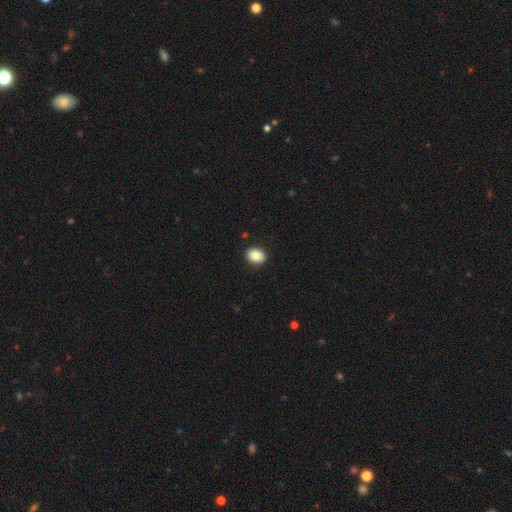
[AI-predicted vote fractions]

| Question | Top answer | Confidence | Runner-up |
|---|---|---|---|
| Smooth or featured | smooth | 84% | star or artifact (9%) |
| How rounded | in between | 59% | round (40%) |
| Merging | none | 91% | minor disturbance (6%) |